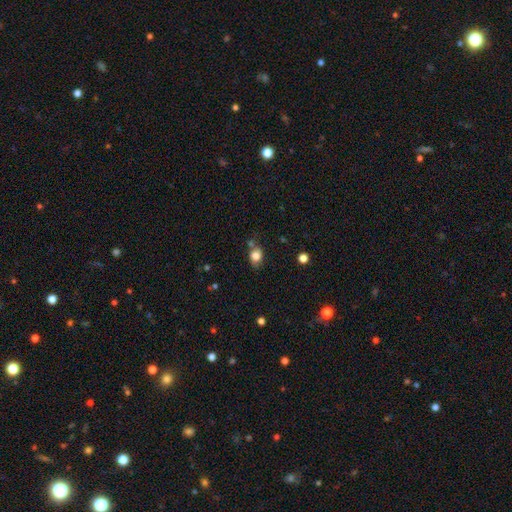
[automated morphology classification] smooth-or-featured: smooth: 81% | star or artifact: 11% | featured or disk: 9%
  how-rounded: in between: 52% | round: 46% | cigar-shaped: 2%
  merging: none: 59% | minor disturbance: 22% | merger: 12% | major disturbance: 7%